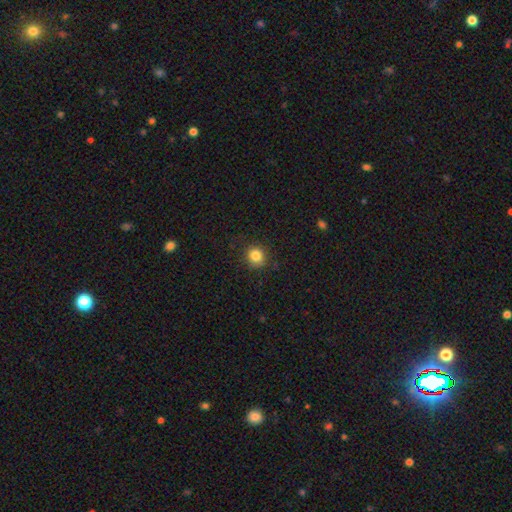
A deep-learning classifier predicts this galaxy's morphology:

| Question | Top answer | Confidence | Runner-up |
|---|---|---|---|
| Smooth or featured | smooth | 84% | star or artifact (11%) |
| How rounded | round | 87% | in between (12%) |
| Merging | none | 88% | minor disturbance (9%) |